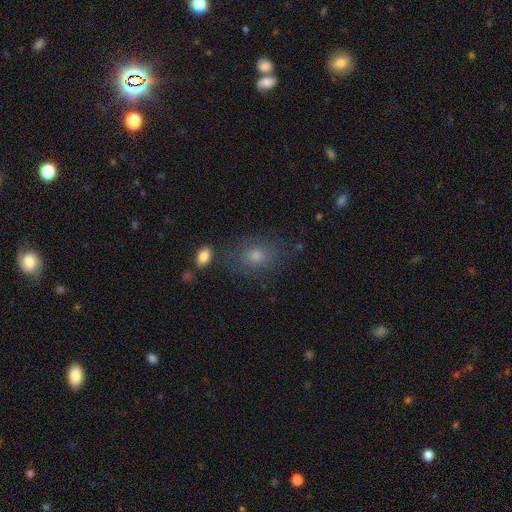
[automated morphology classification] Smooth or featured: smooth — 58% (star or artifact — 27%)
How rounded: in between — 55% (round — 43%)
Merging: none — 79% (minor disturbance — 12%)